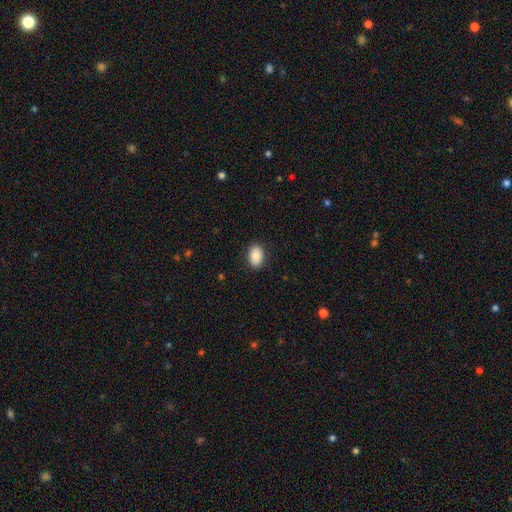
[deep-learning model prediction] A smooth galaxy with no disk features (86%) that is in between round and cigar-shaped (83%).

Vote fractions:
- Smooth or featured? smooth: 86% / star or artifact: 8% / featured or disk: 7%
- How rounded? in between: 83% / round: 16% / cigar-shaped: 1%
- Merging? none: 87% / minor disturbance: 10% / major disturbance: 2% / merger: 1%